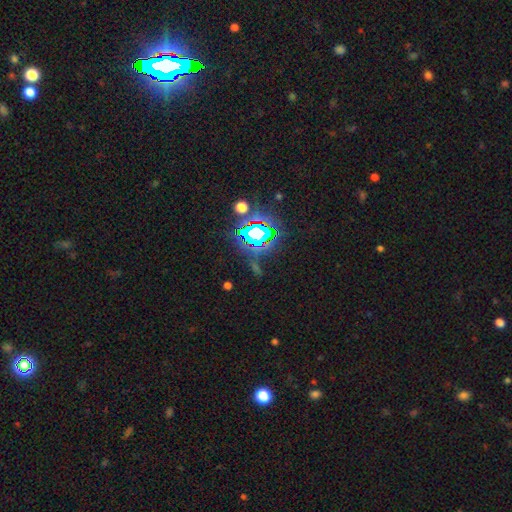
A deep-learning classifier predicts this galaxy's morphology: This appears to be a star or artifact, not a galaxy (83%).